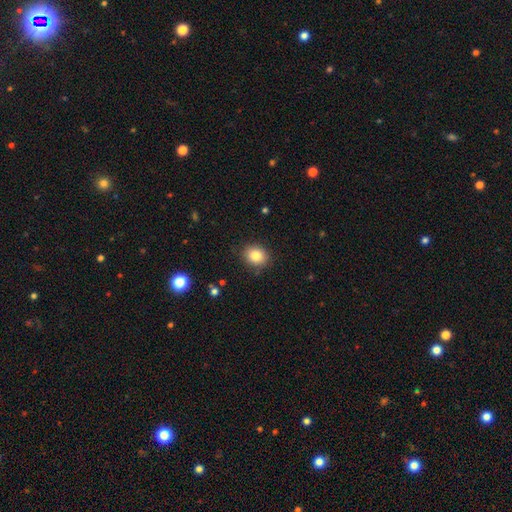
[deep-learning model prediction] smooth_or_featured: smooth (p=0.84) [alt: star or artifact p=0.10]
how_rounded: round (p=0.64) [alt: in between p=0.36]
merging: none (p=0.87) [alt: minor disturbance p=0.10]